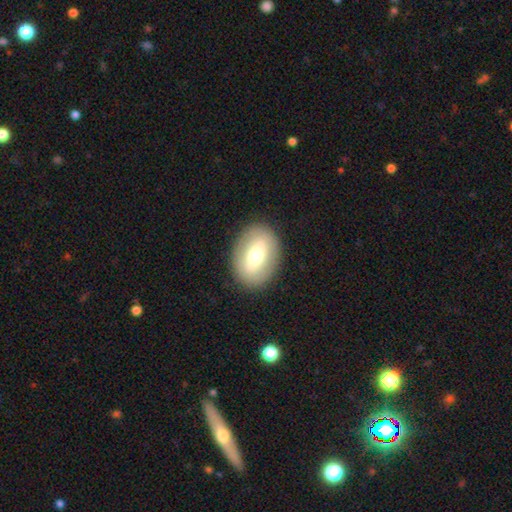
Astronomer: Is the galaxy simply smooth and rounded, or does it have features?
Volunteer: featured or disk — 53% (runner-up: smooth, 42%).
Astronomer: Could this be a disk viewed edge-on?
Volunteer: no — 79%.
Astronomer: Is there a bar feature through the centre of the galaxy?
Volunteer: strong — 47% (runner-up: weak, 33%).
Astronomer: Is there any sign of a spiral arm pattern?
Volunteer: no — 93%.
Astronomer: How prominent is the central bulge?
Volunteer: moderate — 93%.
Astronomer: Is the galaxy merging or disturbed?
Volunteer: none — 91%.